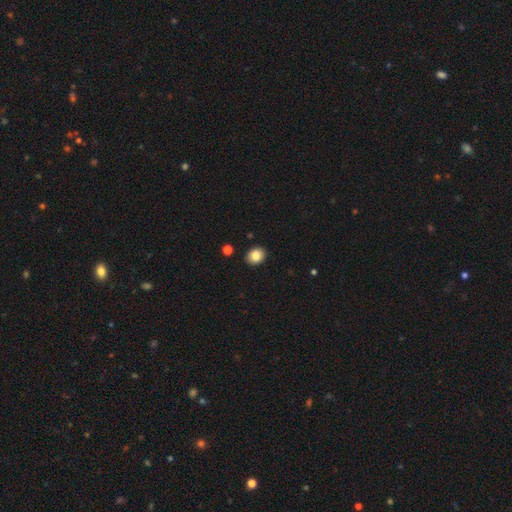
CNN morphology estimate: The model was most divided on "how rounded": round: 53%, in between: 47%, cigar-shaped: 1%. More confident: merging — none (90%); smooth or featured — smooth (86%).